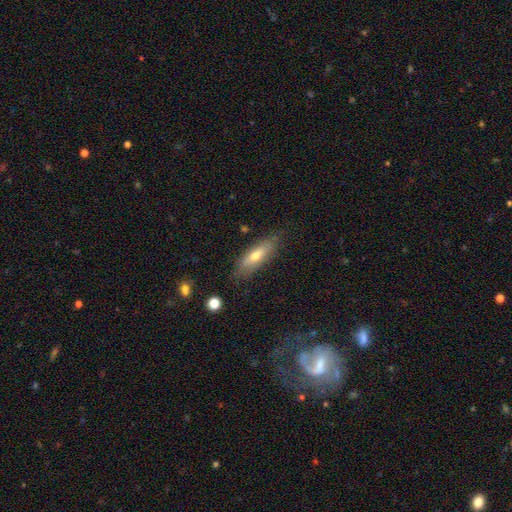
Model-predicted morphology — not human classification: smooth-or-featured: smooth: 55% | featured or disk: 38% | star or artifact: 7%
  how-rounded: cigar-shaped: 52% | in between: 45% | round: 2%
  merging: none: 80% | minor disturbance: 15% | major disturbance: 4% | merger: 2%